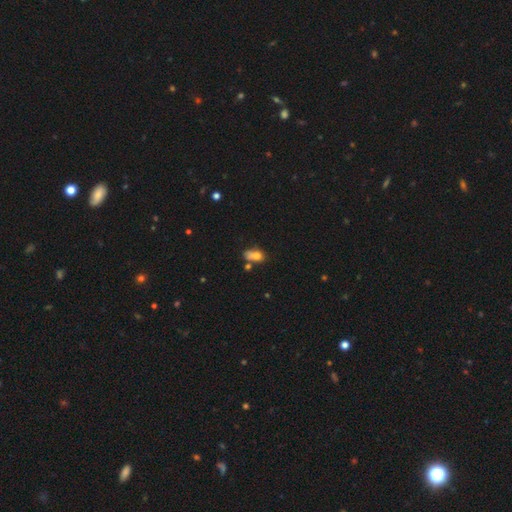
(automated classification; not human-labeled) Smooth or featured: smooth — 69% (featured or disk — 19%)
How rounded: in between — 68% (round — 27%)
Merging: merger — 36% (none — 32%)